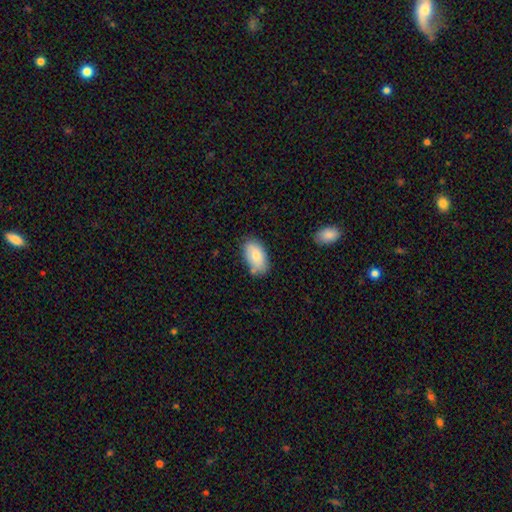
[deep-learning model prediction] Smooth or featured: smooth — 81% (featured or disk — 13%)
How rounded: in between — 94% (round — 4%)
Merging: none — 72% (minor disturbance — 19%)